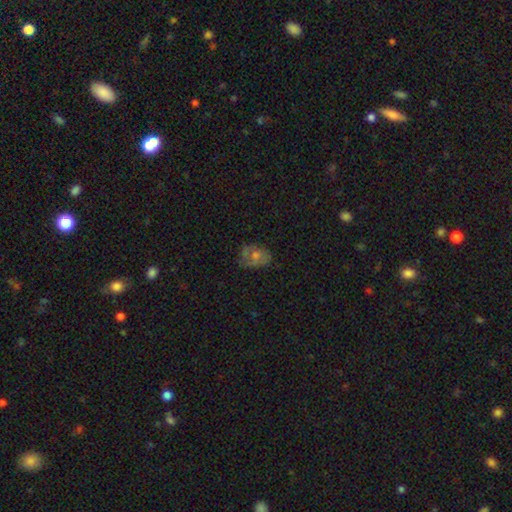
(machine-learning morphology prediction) type=smooth (48%); merging=none (60%).